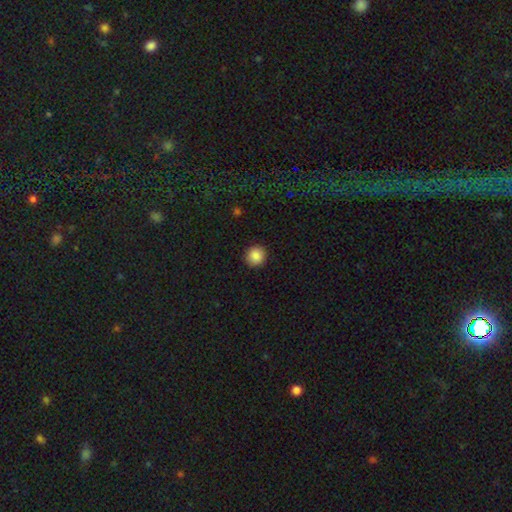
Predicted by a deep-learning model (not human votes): Smooth or featured? Predicted: smooth (p=0.87). How rounded? Predicted: round (p=0.92). Merging? Predicted: none (p=0.92).